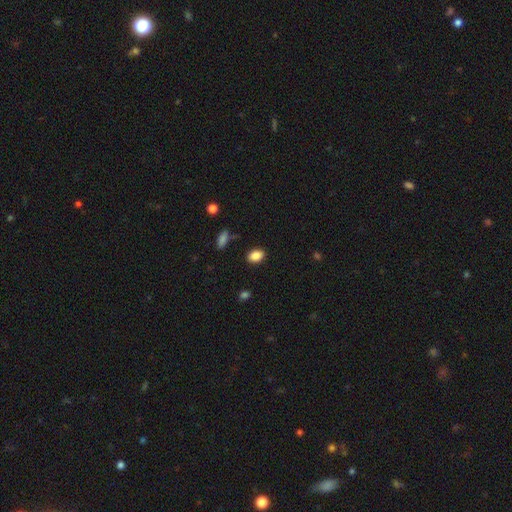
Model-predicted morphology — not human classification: smooth-or-featured: smooth: 87% | star or artifact: 9% | featured or disk: 4%
  how-rounded: in between: 83% | round: 15% | cigar-shaped: 2%
  merging: none: 87% | minor disturbance: 9% | major disturbance: 2% | merger: 2%